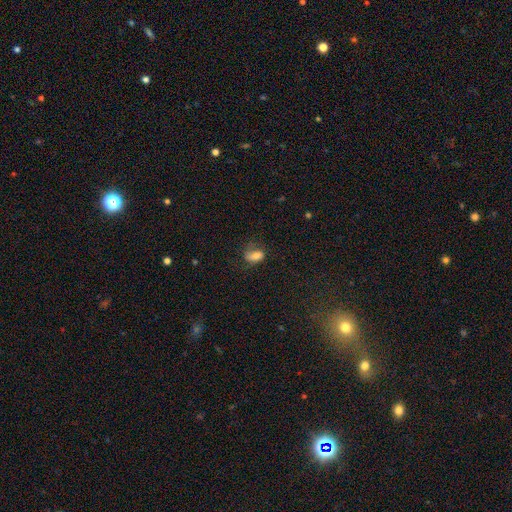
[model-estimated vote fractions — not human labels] Smooth or featured? smooth (68%)
How rounded? in between (82%)
Merging? none (50%)